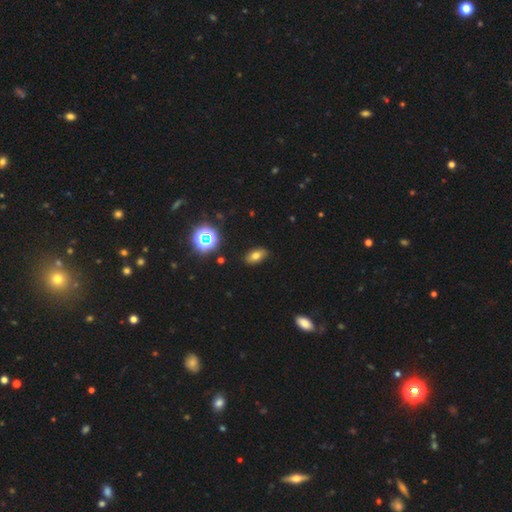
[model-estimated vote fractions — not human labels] Smooth or featured? Predicted: smooth (p=0.72). How rounded? Predicted: in between (p=0.87). Merging? Predicted: none (p=0.88).